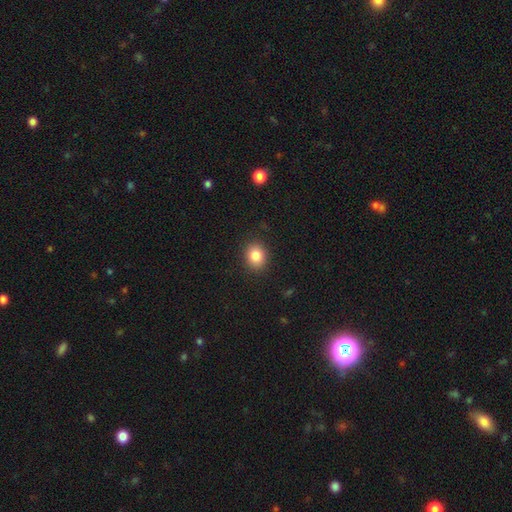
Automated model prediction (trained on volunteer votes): Smooth or featured? Predicted: smooth (p=0.84). How rounded? Predicted: round (p=0.61). Merging? Predicted: none (p=0.89).